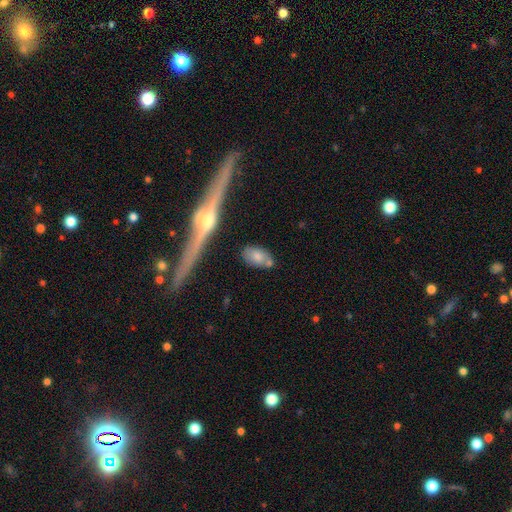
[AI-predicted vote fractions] This appears to be a smooth galaxy with no disk features (66%) that is in between round and cigar-shaped (86%). Merging: none (73%).